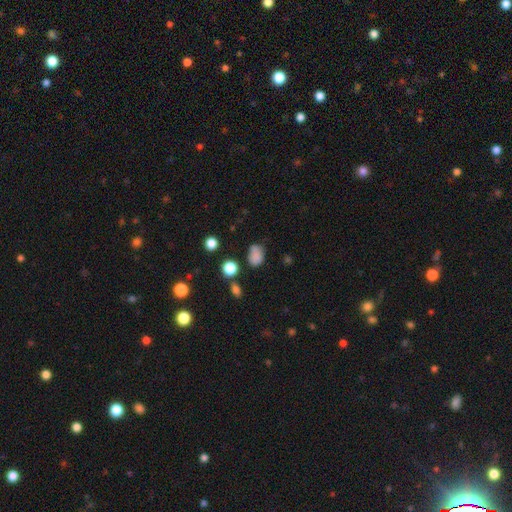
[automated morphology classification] A smooth galaxy with no disk features (79%) that is in between round and cigar-shaped (72%).

Vote fractions:
- Smooth or featured? smooth: 79% / star or artifact: 14% / featured or disk: 7%
- How rounded? in between: 72% / round: 26% / cigar-shaped: 1%
- Merging? none: 57% / minor disturbance: 26% / major disturbance: 9% / merger: 7%